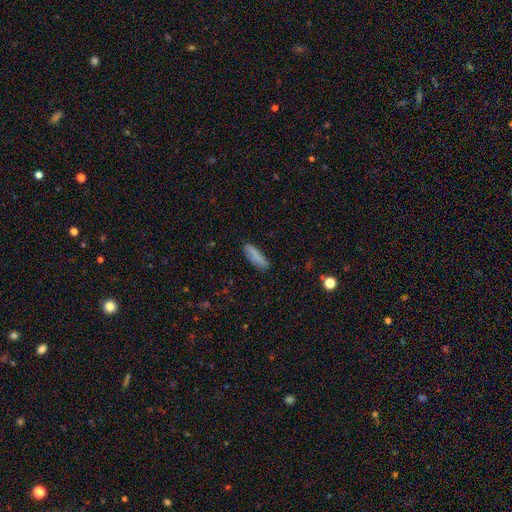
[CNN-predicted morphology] Smooth or featured: smooth — 81% (featured or disk — 12%)
How rounded: cigar-shaped — 57% (in between — 41%)
Merging: none — 81% (minor disturbance — 14%)